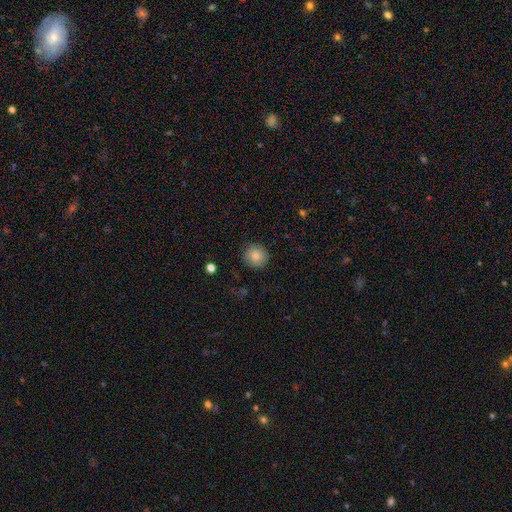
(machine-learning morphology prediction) smooth-or-featured: smooth: 79% | featured or disk: 13% | star or artifact: 9%
  how-rounded: round: 91% | in between: 8% | cigar-shaped: 1%
  merging: none: 86% | minor disturbance: 11% | major disturbance: 3% | merger: 1%